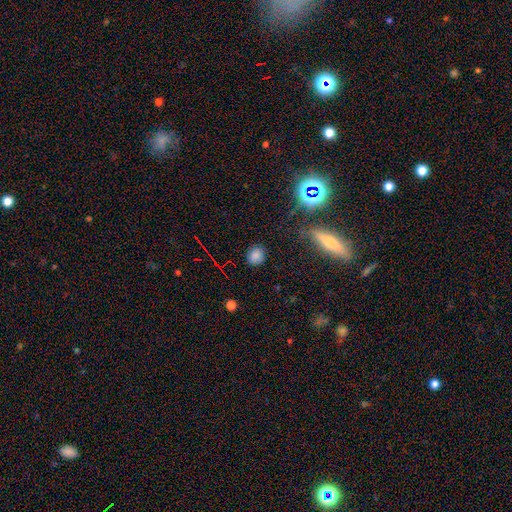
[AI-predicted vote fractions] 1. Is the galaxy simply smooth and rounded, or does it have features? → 77% smooth, 17% star or artifact, 6% featured or disk.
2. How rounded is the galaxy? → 67% round, 32% in between, 2% cigar-shaped.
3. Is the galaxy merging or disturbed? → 85% none, 11% minor disturbance, 3% major disturbance, 1% merger.